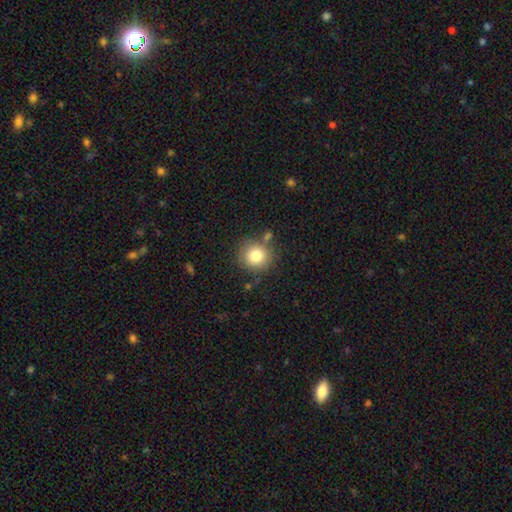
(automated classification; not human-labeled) smooth_or_featured: smooth (p=0.80) [alt: star or artifact p=0.11]
how_rounded: round (p=0.90) [alt: in between p=0.09]
merging: none (p=0.79) [alt: minor disturbance p=0.11]